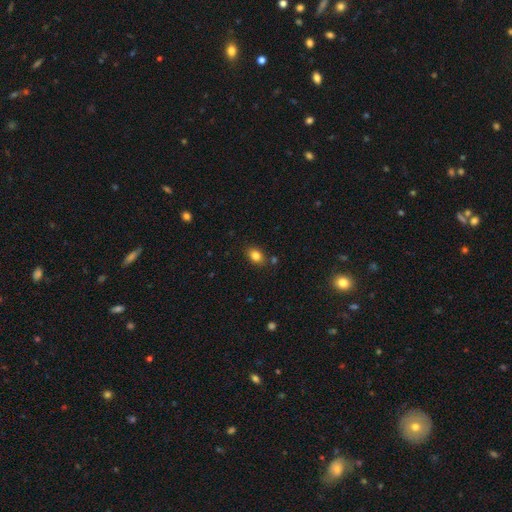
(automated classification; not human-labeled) Overall: smooth (83%). How rounded: in between (76%). Merging: none (82%).